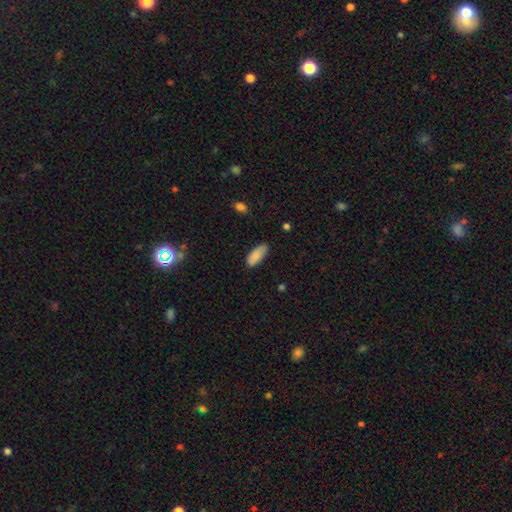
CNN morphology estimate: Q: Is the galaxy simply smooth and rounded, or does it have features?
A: smooth — 88%.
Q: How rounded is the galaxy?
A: in between — 81%.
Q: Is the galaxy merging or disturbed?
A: none — 81%.